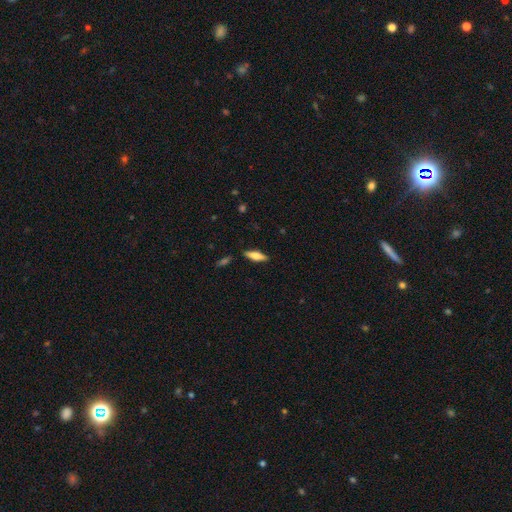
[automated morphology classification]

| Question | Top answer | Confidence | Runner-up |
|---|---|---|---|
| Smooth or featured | smooth | 58% | featured or disk (36%) |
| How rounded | in between | 50% | cigar-shaped (47%) |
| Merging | none | 87% | minor disturbance (9%) |